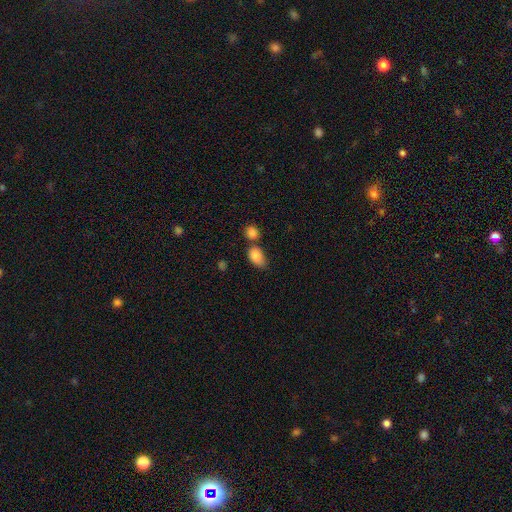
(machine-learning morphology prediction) A smooth galaxy with no disk features (86%) that is in between round and cigar-shaped (86%). Merging: none (47%).